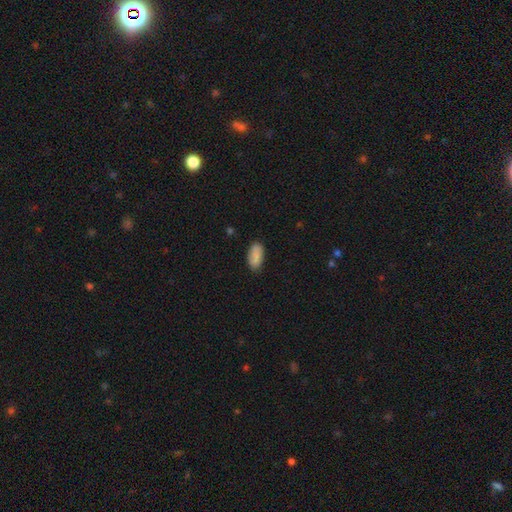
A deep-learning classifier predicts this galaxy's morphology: Smooth or featured: smooth — 86% (featured or disk — 7%)
How rounded: in between — 93% (cigar-shaped — 5%)
Merging: none — 85% (minor disturbance — 11%)